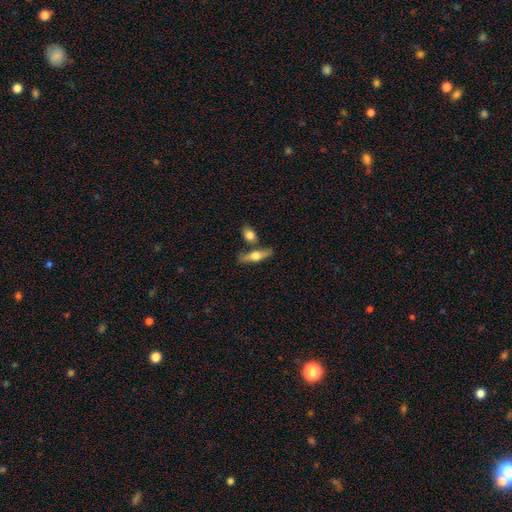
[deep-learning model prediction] Smooth or featured? Predicted: featured or disk (p=0.51). Edge-on disk? Predicted: yes (p=0.90). Merging? Predicted: none (p=0.69).